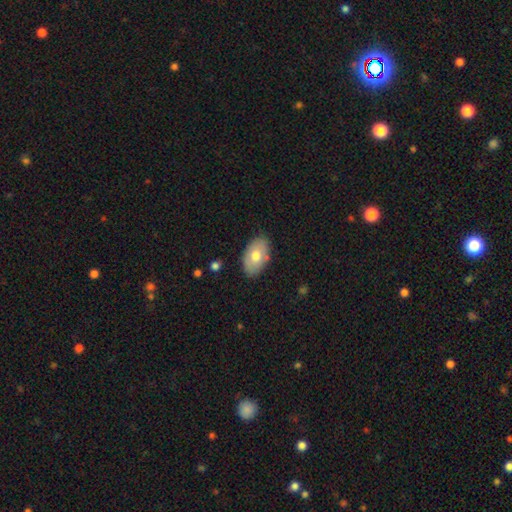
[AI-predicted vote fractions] Overall: smooth (68%). How rounded: in between (92%). Merging: none (82%).